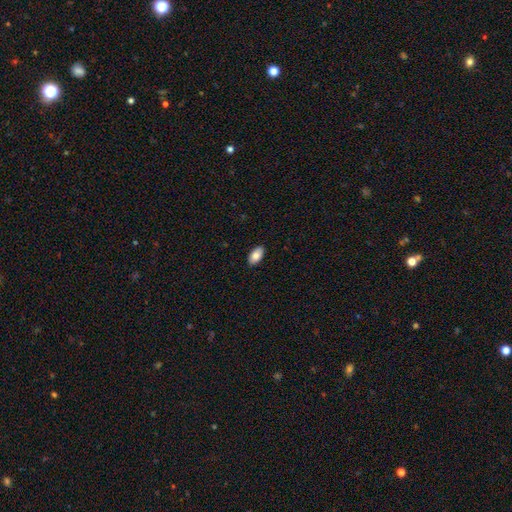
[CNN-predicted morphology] Smooth or featured? smooth (82%)
How rounded? in between (95%)
Merging? none (90%)